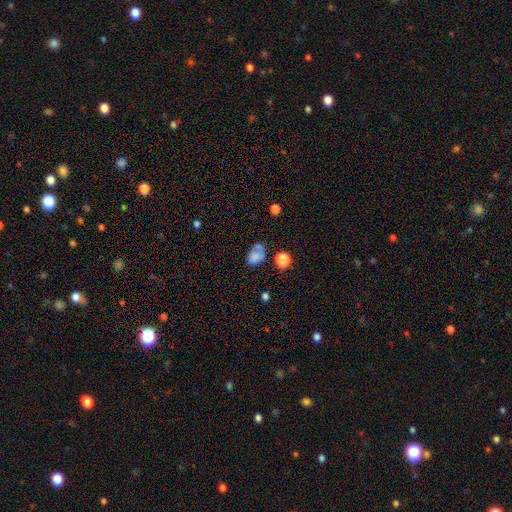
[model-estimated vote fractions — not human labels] Smooth or featured?
  - smooth: 70% *
  - featured or disk: 16%
  - star or artifact: 14%
How rounded?
  - in between: 76% *
  - round: 22%
  - cigar-shaped: 1%
Merging?
  - none: 40% *
  - minor disturbance: 26%
  - merger: 18%
  - major disturbance: 16%